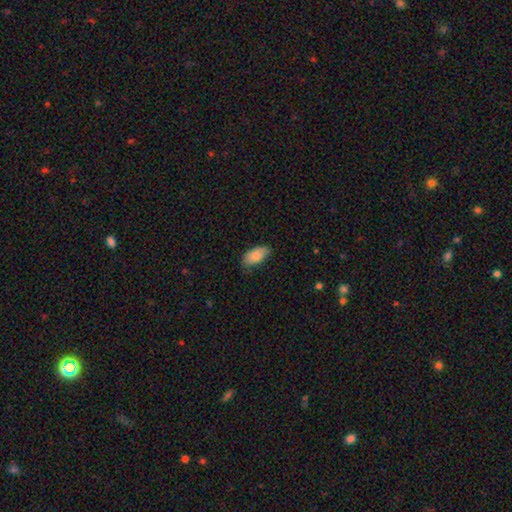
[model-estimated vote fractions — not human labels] smooth_or_featured: smooth (p=0.85) [alt: featured or disk p=0.09]
how_rounded: in between (p=0.93) [alt: cigar-shaped p=0.05]
merging: none (p=0.70) [alt: minor disturbance p=0.25]